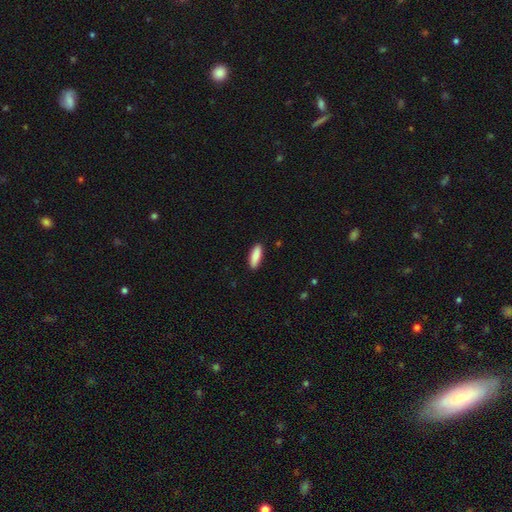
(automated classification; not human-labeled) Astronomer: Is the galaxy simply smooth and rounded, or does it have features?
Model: smooth — 89%.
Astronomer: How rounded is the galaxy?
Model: in between — 56% (runner-up: cigar-shaped, 42%).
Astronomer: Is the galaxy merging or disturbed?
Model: none — 89%.